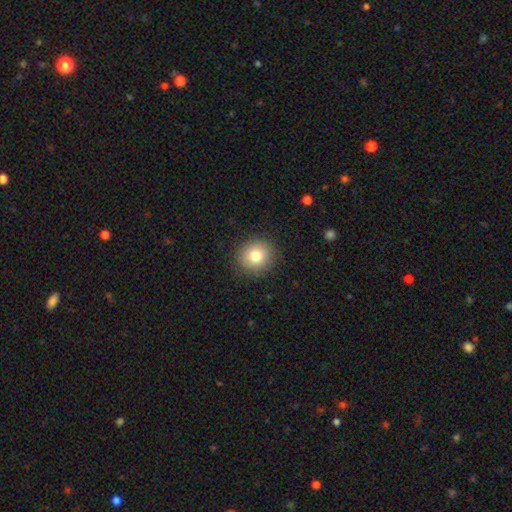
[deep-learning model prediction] smooth_or_featured: smooth (p=0.79) [alt: star or artifact p=0.11]
how_rounded: round (p=0.87) [alt: in between p=0.12]
merging: none (p=0.89) [alt: minor disturbance p=0.07]